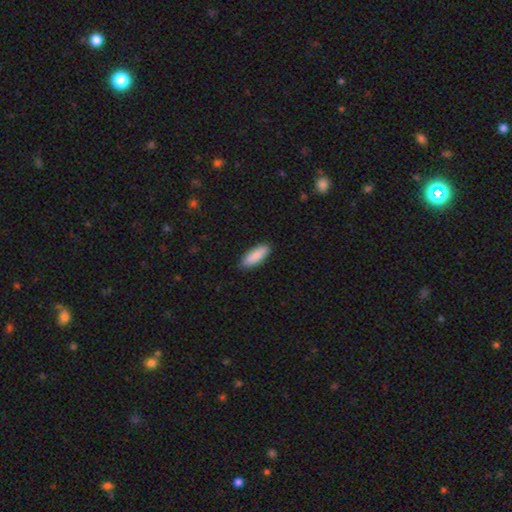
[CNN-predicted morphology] smooth-or-featured: smooth: 88% | featured or disk: 7% | star or artifact: 5%
  how-rounded: in between: 65% | cigar-shaped: 34% | round: 2%
  merging: none: 88% | minor disturbance: 10% | major disturbance: 2% | merger: 1%